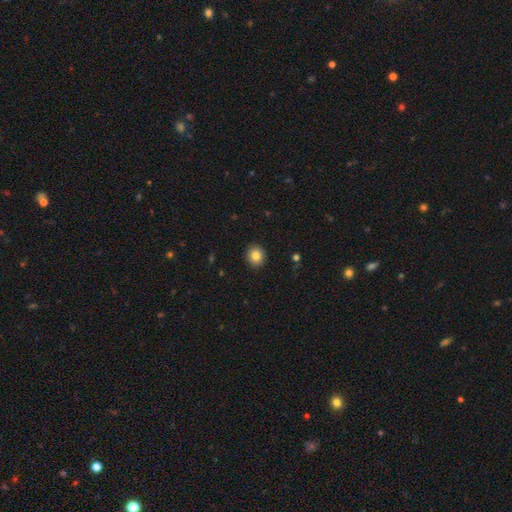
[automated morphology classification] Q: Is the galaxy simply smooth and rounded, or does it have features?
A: smooth — 84%.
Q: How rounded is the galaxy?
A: round — 86%.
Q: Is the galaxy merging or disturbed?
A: none — 91%.